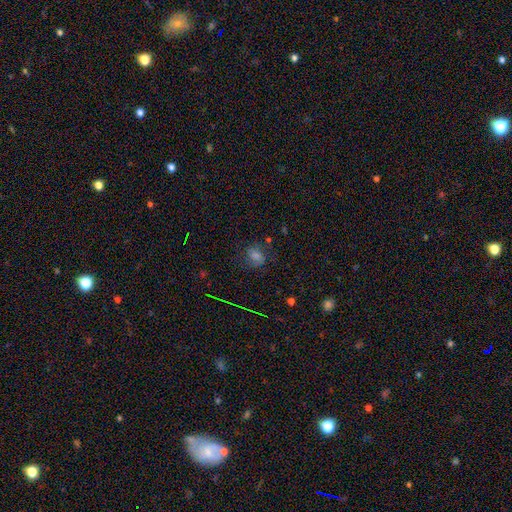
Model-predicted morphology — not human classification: Q: Smooth or featured?
A: smooth (45%); runner-up: star or artifact (29%)
Q: Merging?
A: none (70%); runner-up: minor disturbance (18%)